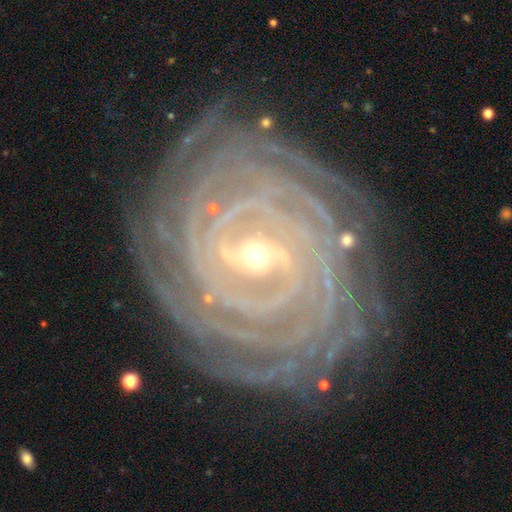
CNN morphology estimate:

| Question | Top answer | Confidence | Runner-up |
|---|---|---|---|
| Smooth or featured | featured or disk | 92% | star or artifact (5%) |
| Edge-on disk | no | 97% | yes (3%) |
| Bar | strong | 42% | weak (41%) |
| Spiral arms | yes | 99% | no (1%) |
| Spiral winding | tight | 91% | medium (7%) |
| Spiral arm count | more than 4 | 34% | 4 (21%) |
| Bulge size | small | 57% | moderate (40%) |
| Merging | none | 84% | minor disturbance (11%) |